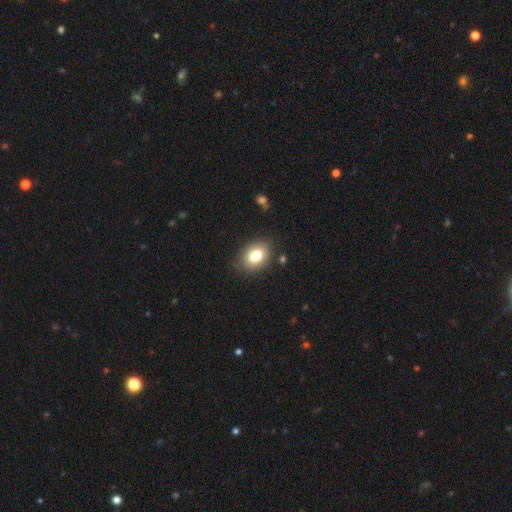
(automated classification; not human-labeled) smooth-or-featured: smooth: 79% | featured or disk: 11% | star or artifact: 9%
  how-rounded: in between: 70% | round: 29% | cigar-shaped: 1%
  merging: none: 84% | minor disturbance: 11% | major disturbance: 3% | merger: 2%